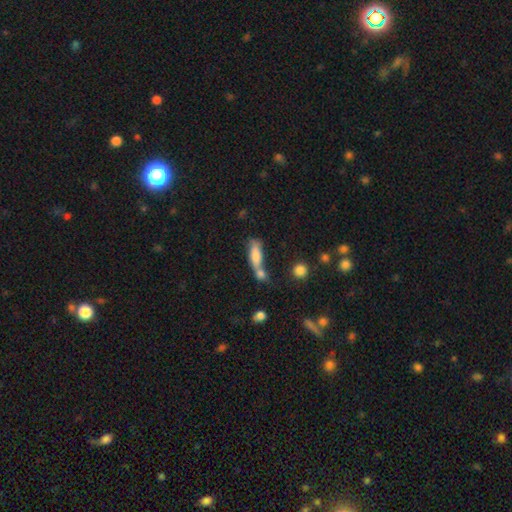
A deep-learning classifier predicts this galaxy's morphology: type=smooth (73%); roundness=in between (60%); merging=merger (52%).